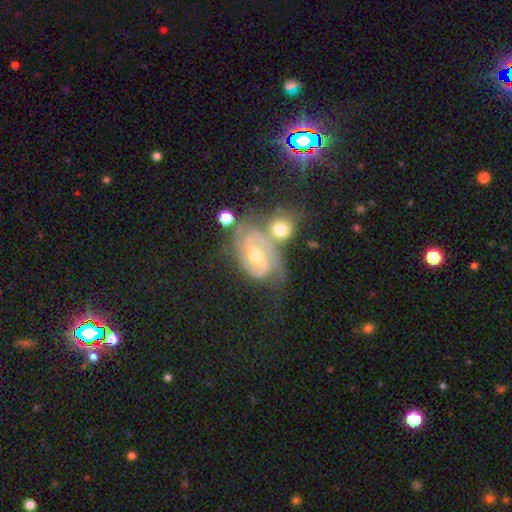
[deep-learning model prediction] This is likely a featured or disk galaxy (76%). It is clearly not viewed edge-on (96%). Bar: marginally weak (44%). Spiral arm pattern: clearly yes (94%). Spiral arm count: likely 2 (70%). Spiral winding: possibly tight (52%). Central bulge: likely moderate (68%). Merging: marginally none (45%).